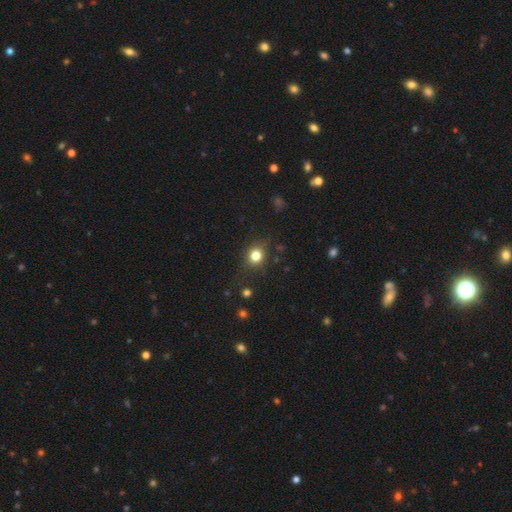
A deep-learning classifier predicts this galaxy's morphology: This appears to be a smooth galaxy with no disk features (79%) that is round (75%). Merging: none (81%).